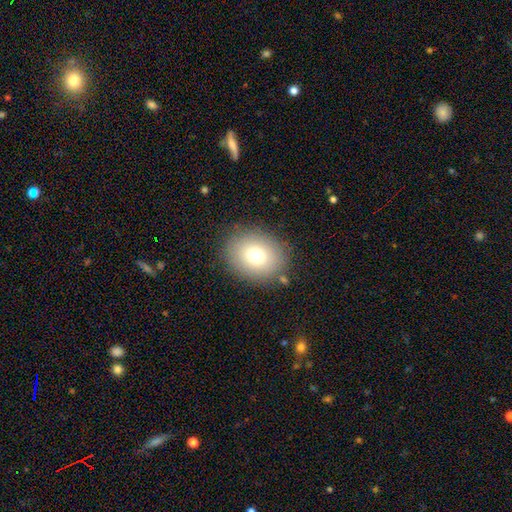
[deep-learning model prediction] Smooth or featured? smooth (75%)
How rounded? in between (50%)
Merging? none (85%)